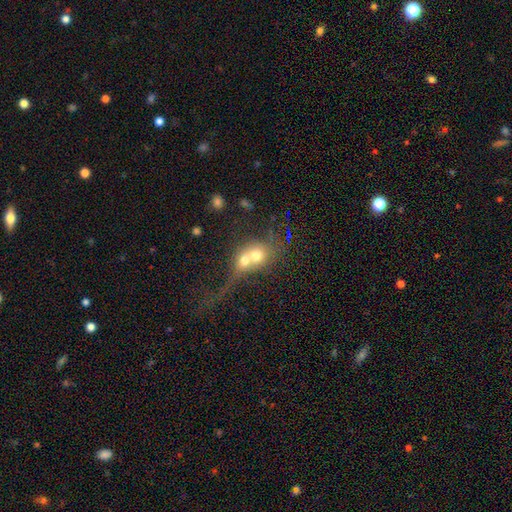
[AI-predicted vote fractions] smooth_or_featured: smooth (p=0.58) [alt: featured or disk p=0.29]
how_rounded: round (p=0.63) [alt: in between p=0.34]
merging: merger (p=0.76) [alt: none p=0.12]